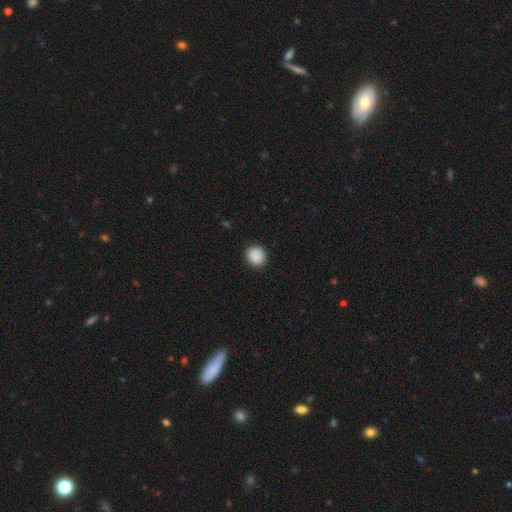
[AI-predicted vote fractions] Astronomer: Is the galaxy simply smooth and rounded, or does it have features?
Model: smooth — 88%.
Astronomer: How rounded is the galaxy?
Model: round — 89%.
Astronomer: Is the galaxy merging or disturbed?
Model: none — 89%.